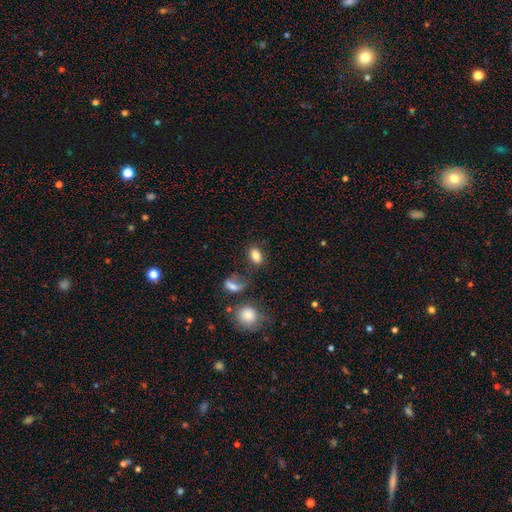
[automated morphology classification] This appears to be a smooth galaxy with no disk features (83%) that is in between round and cigar-shaped (86%). Merging: none (70%).